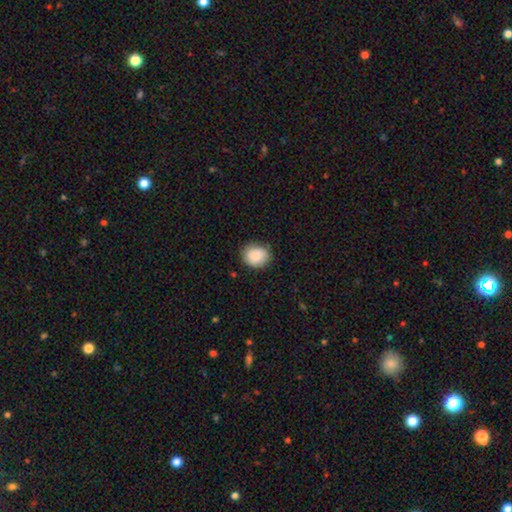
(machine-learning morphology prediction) Smooth or featured? smooth (87%)
How rounded? round (62%)
Merging? none (80%)